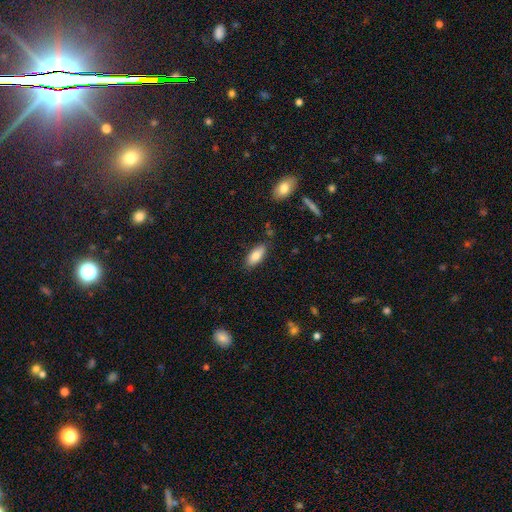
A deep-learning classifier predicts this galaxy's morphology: A smooth galaxy with no disk features (82%) that is in between round and cigar-shaped (82%). Merging: none (82%).